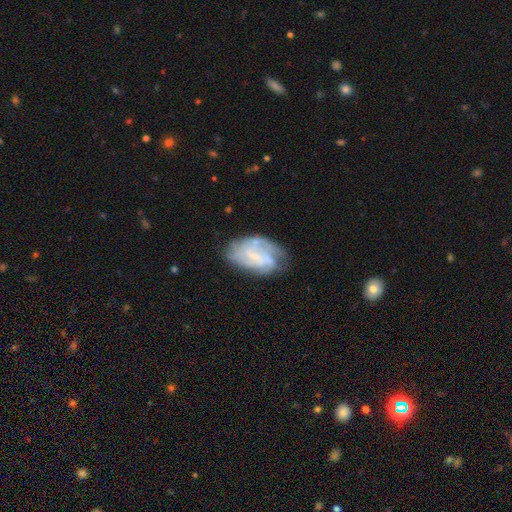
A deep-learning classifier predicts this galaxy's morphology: Smooth or featured?
  - featured or disk: 73% *
  - smooth: 20%
  - star or artifact: 7%
Edge-on disk?
  - no: 97% *
  - yes: 3%
Bar?
  - weak: 48% *
  - no: 37%
  - strong: 15%
Spiral arms?
  - yes: 87% *
  - no: 13%
Spiral winding?
  - tight: 40% *
  - medium: 39%
  - loose: 20%
Spiral arm count?
  - can't tell: 37% *
  - 2: 30%
  - 3: 17%
  - 4: 7%
  - 1: 6%
  - more than 4: 4%
Bulge size?
  - small: 58% *
  - none: 27%
  - moderate: 13%
  - large: 1%
  - dominant: 1%
Merging?
  - none: 59% *
  - minor disturbance: 25%
  - major disturbance: 13%
  - merger: 3%